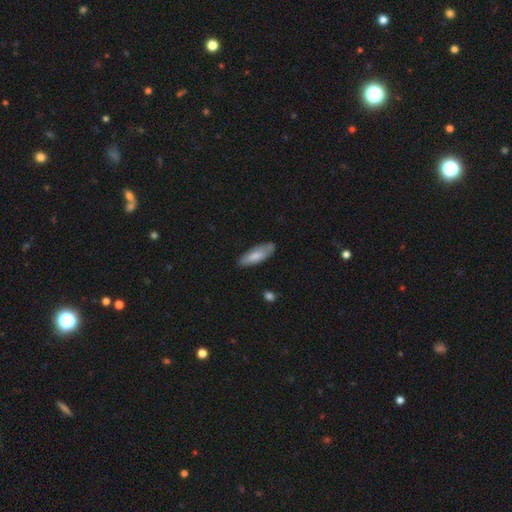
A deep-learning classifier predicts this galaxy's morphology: Q: Smooth or featured?
A: smooth (76%); runner-up: featured or disk (19%)
Q: How rounded?
A: in between (63%); runner-up: cigar-shaped (36%)
Q: Merging?
A: none (76%); runner-up: minor disturbance (19%)